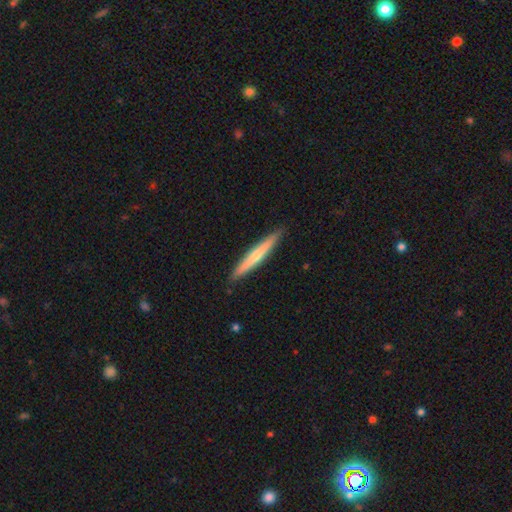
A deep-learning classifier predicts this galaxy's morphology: Q: Smooth or featured?
A: smooth (51%); runner-up: featured or disk (44%)
Q: How rounded?
A: cigar-shaped (96%); runner-up: in between (3%)
Q: Merging?
A: none (91%); runner-up: minor disturbance (7%)